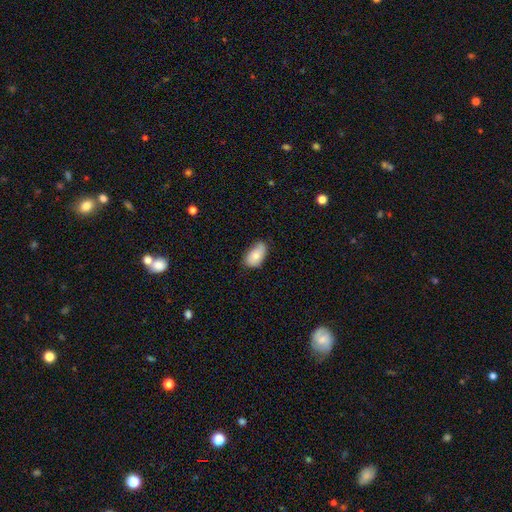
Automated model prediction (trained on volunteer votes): Smooth or featured? smooth (78%)
How rounded? in between (93%)
Merging? none (64%)